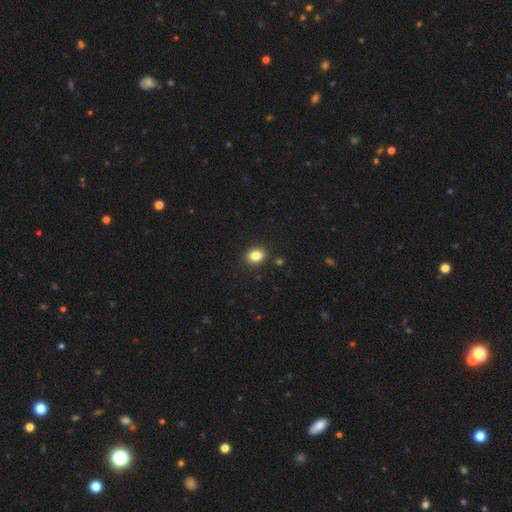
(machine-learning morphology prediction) The model was most divided on "how rounded": in between: 55%, round: 44%, cigar-shaped: 1%. More confident: merging — none (88%); smooth or featured — smooth (84%).